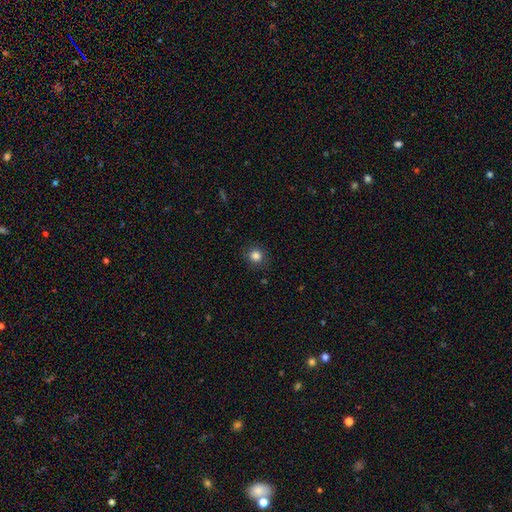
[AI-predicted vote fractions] This appears to be a smooth galaxy with no disk features (83%) that is round (90%). Merging: none (89%).